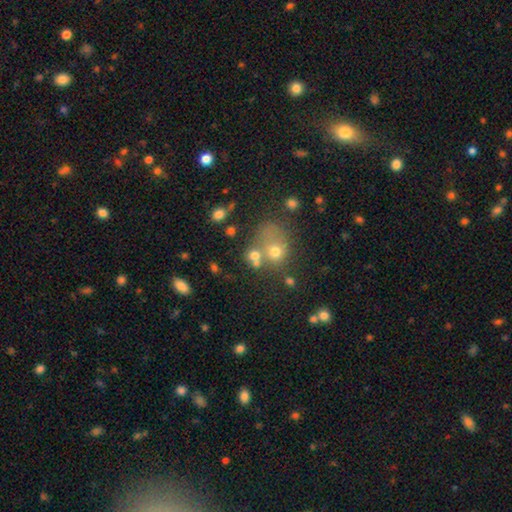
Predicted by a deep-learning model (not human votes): A smooth galaxy with no disk features (59%) that is round (66%).

Vote fractions:
- Smooth or featured? smooth: 59% / star or artifact: 22% / featured or disk: 20%
- How rounded? round: 66% / in between: 33% / cigar-shaped: 1%
- Merging? merger: 39% / none: 37% / minor disturbance: 13% / major disturbance: 11%